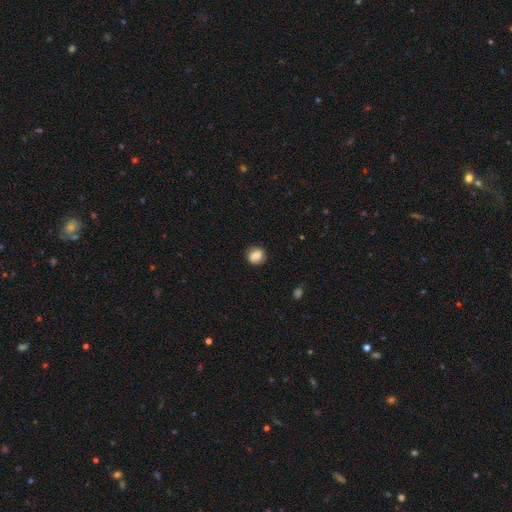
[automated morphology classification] type=smooth (70%); roundness=round (73%); merging=none (83%).